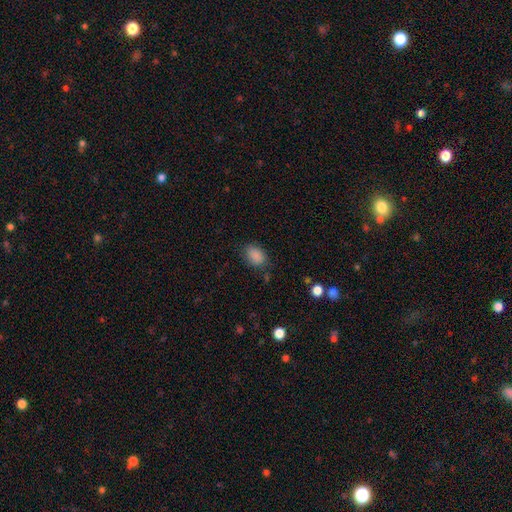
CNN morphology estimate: A smooth galaxy with no disk features (87%) that is in between round and cigar-shaped (75%). Merging: none (78%).